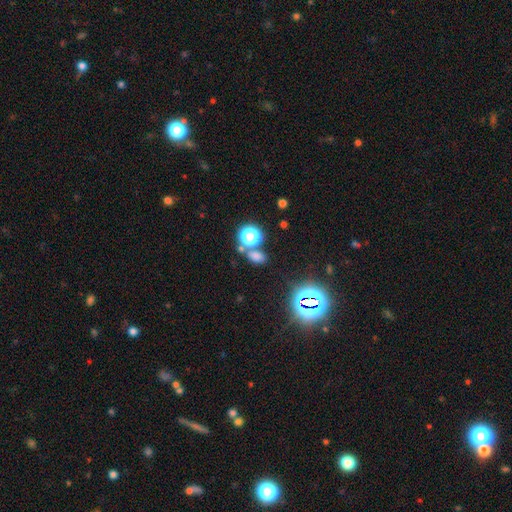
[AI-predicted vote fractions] Q: Smooth or featured?
A: smooth (64%); runner-up: star or artifact (29%)
Q: How rounded?
A: in between (70%); runner-up: round (28%)
Q: Merging?
A: none (67%); runner-up: merger (18%)